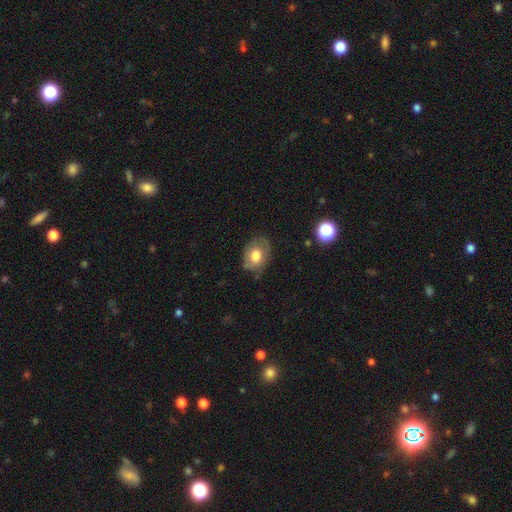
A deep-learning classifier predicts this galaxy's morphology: This is likely a smooth galaxy (68%). How rounded: likely in between (66%). Merging: likely none (64%).